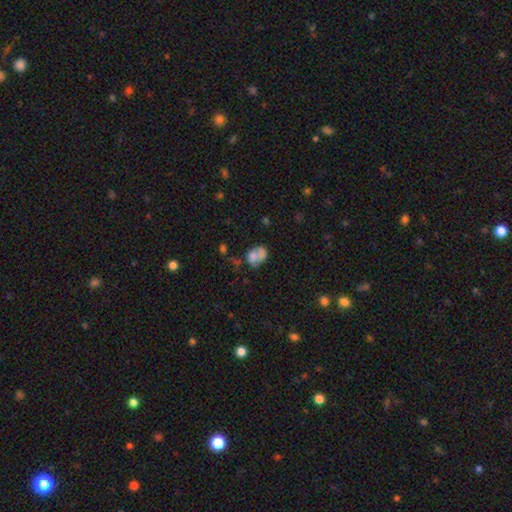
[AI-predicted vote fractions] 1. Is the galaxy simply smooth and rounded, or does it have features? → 67% smooth, 22% featured or disk, 11% star or artifact.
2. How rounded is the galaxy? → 63% in between, 36% round, 1% cigar-shaped.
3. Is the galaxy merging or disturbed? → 40% merger, 29% none, 18% minor disturbance, 13% major disturbance.